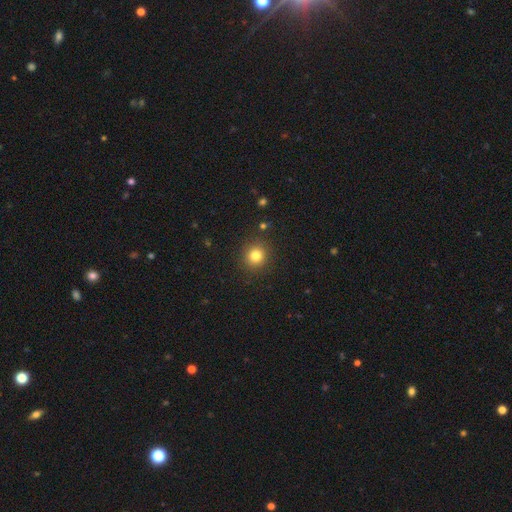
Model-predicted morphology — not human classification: Overall: smooth (81%). How rounded: round (90%). Merging: none (90%).